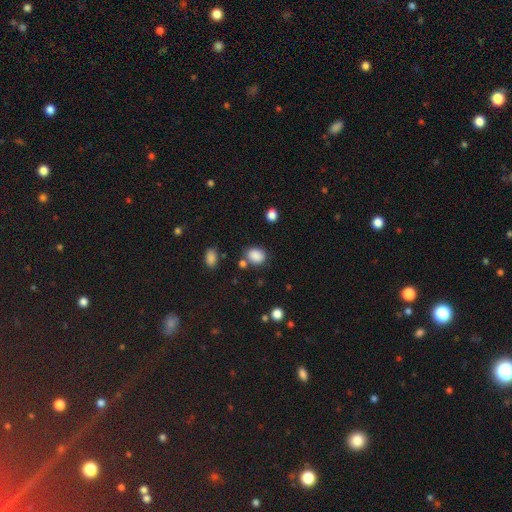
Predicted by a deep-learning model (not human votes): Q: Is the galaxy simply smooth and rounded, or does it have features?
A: smooth — 86%.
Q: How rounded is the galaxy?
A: in between — 54%.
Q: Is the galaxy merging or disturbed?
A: none — 72%.